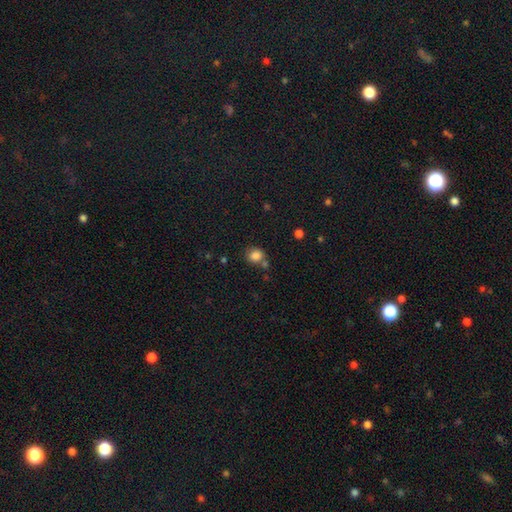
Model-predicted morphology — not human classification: Overall: smooth (84%). How rounded: round (75%). Merging: none (65%).